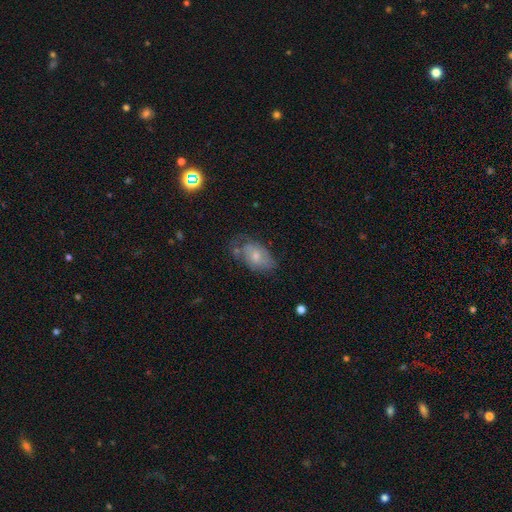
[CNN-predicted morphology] A smooth galaxy with no disk features (51%) that is in between round and cigar-shaped (89%).

Vote fractions:
- Smooth or featured? smooth: 51% / featured or disk: 41% / star or artifact: 8%
- How rounded? in between: 89% / round: 9% / cigar-shaped: 2%
- Merging? none: 46% / minor disturbance: 32% / major disturbance: 17% / merger: 5%